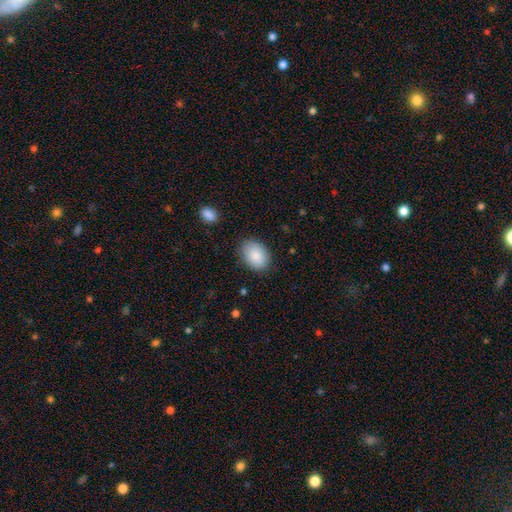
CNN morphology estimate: A smooth galaxy with no disk features (88%) that is in between round and cigar-shaped (81%).

Vote fractions:
- Smooth or featured? smooth: 88% / star or artifact: 7% / featured or disk: 6%
- How rounded? in between: 81% / round: 18% / cigar-shaped: 1%
- Merging? none: 84% / minor disturbance: 12% / major disturbance: 3% / merger: 1%